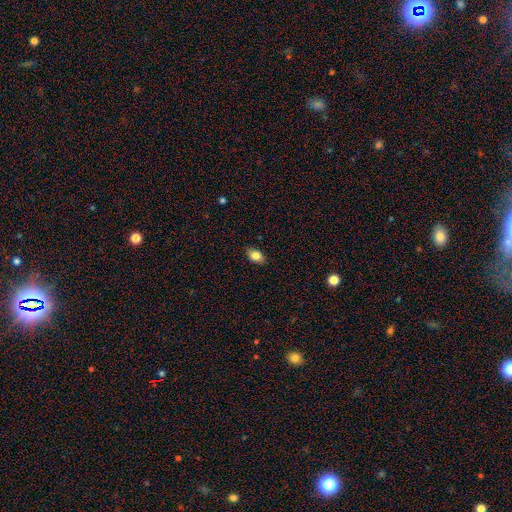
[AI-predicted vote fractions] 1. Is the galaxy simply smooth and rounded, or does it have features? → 83% smooth, 9% featured or disk, 8% star or artifact.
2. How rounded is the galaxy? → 83% in between, 15% round, 2% cigar-shaped.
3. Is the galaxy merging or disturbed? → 87% none, 10% minor disturbance, 2% major disturbance, 1% merger.